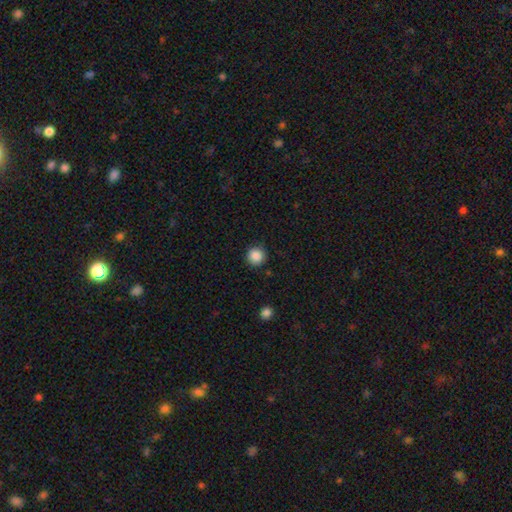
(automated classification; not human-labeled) A smooth galaxy with no disk features (87%) that is round (94%).

Vote fractions:
- Smooth or featured? smooth: 87% / star or artifact: 10% / featured or disk: 3%
- How rounded? round: 94% / in between: 5% / cigar-shaped: 1%
- Merging? none: 89% / minor disturbance: 7% / major disturbance: 2% / merger: 1%